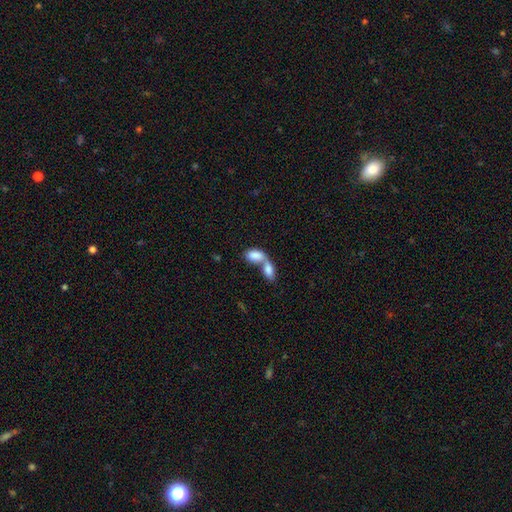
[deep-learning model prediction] smooth_or_featured: smooth (p=0.82) [alt: featured or disk p=0.11]
how_rounded: in between (p=0.91) [alt: round p=0.05]
merging: merger (p=0.76) [alt: none p=0.15]